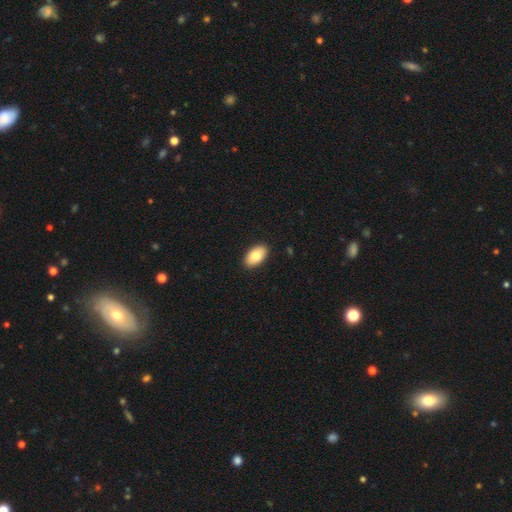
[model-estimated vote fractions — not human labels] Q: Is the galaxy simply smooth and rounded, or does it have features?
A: smooth — 81%.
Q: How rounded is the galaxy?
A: in between — 94%.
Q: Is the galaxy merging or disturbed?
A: none — 90%.